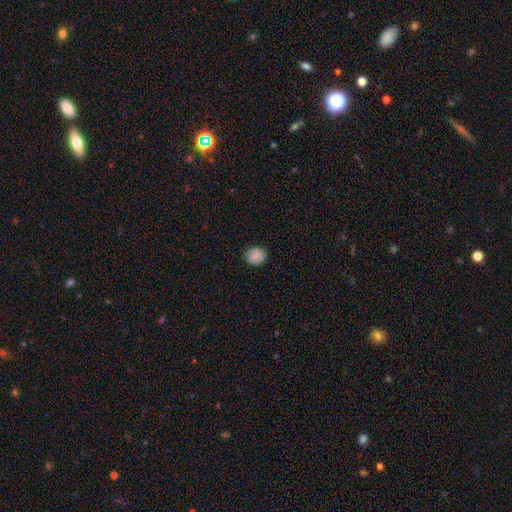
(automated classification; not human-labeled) The model was most divided on "how rounded": round: 79%, in between: 20%, cigar-shaped: 1%. More confident: smooth or featured — smooth (87%); merging — none (87%).